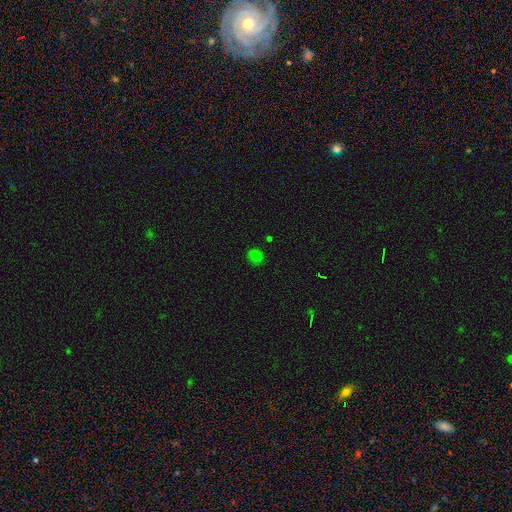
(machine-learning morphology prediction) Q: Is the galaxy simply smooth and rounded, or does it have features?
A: smooth — 74%.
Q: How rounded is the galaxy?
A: round — 73%.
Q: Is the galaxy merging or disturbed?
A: none — 83%.